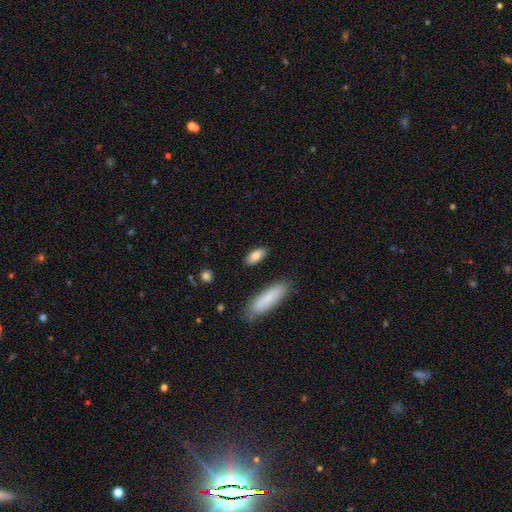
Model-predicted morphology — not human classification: type=smooth (84%); roundness=in between (83%); merging=none (86%).